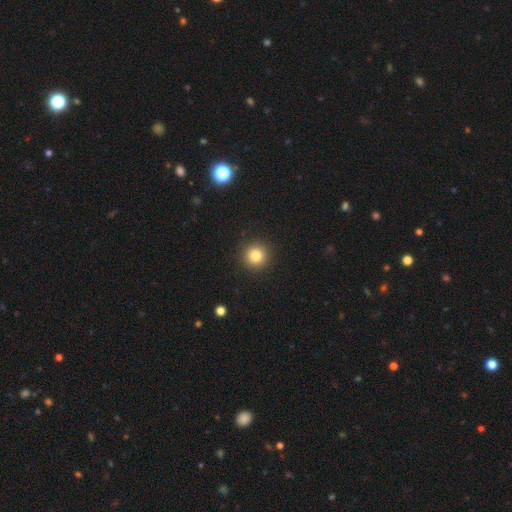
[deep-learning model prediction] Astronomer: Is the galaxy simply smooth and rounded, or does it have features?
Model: smooth — 82%.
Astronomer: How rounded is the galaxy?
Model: round — 94%.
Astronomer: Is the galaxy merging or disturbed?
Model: none — 91%.